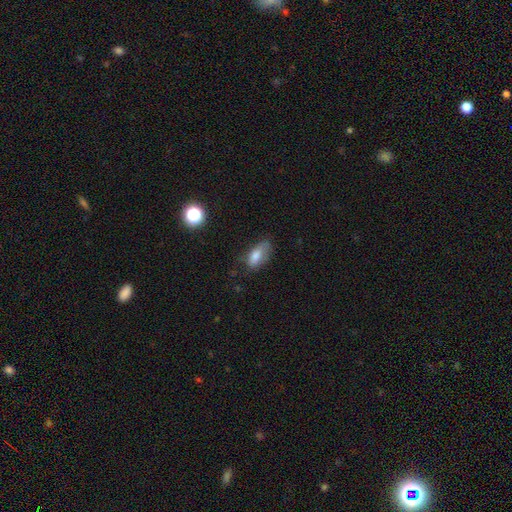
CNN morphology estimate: Smooth or featured: smooth — 73% (featured or disk — 18%)
How rounded: in between — 87% (cigar-shaped — 8%)
Merging: none — 48% (minor disturbance — 34%)